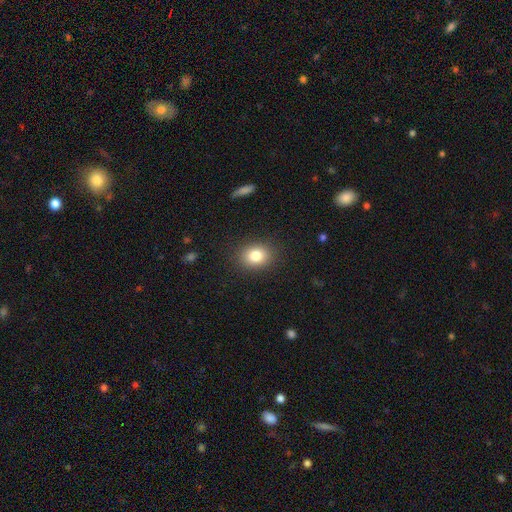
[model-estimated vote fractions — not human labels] Smooth or featured? Predicted: smooth (p=0.82). How rounded? Predicted: round (p=0.50). Merging? Predicted: none (p=0.88).